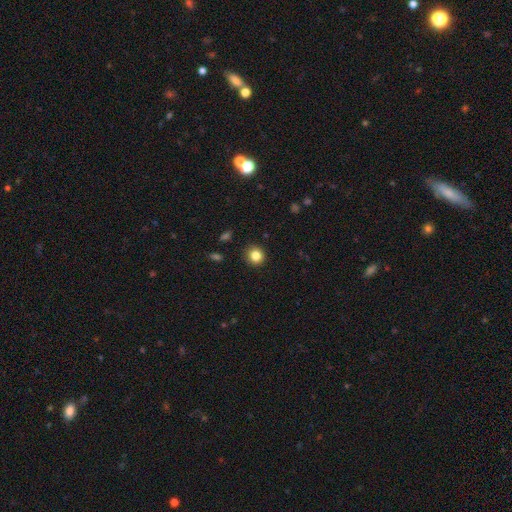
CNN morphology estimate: Overall: smooth (83%). How rounded: round (91%). Merging: none (91%).